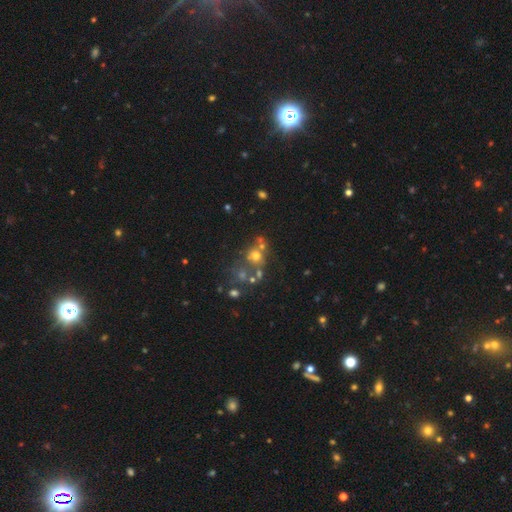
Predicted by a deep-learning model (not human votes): Overall: smooth (55%; star or artifact 24%). How rounded: round (81%). Merging: none (54%; merger 28%).